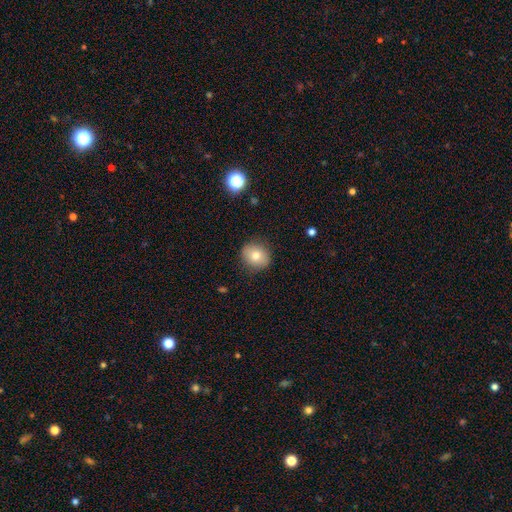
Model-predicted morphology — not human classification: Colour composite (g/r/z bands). It shows a smooth galaxy with no disk features (78%) that is round (78%). Merging: none (85%).